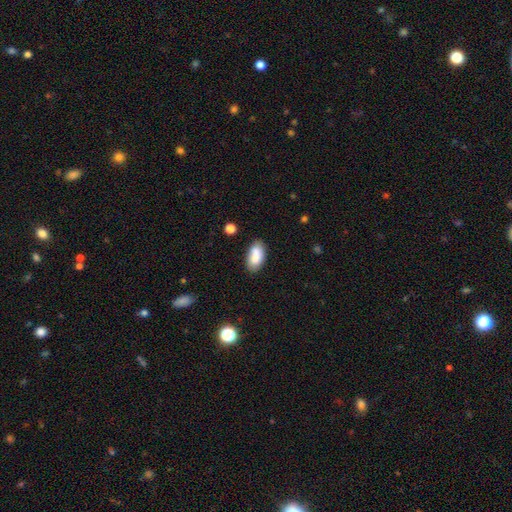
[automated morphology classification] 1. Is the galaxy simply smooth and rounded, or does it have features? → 83% smooth, 10% featured or disk, 7% star or artifact.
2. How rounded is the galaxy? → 93% in between, 4% cigar-shaped, 3% round.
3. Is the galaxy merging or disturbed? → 69% none, 20% minor disturbance, 7% merger, 4% major disturbance.